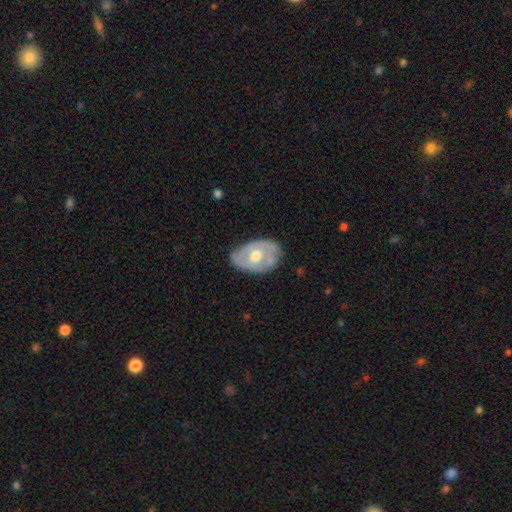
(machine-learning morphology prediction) Smooth or featured? featured or disk (64%)
Edge-on disk? no (94%)
Bar? no (80%)
Spiral arms? no (57%)
Bulge size? moderate (76%)
Merging? none (70%)